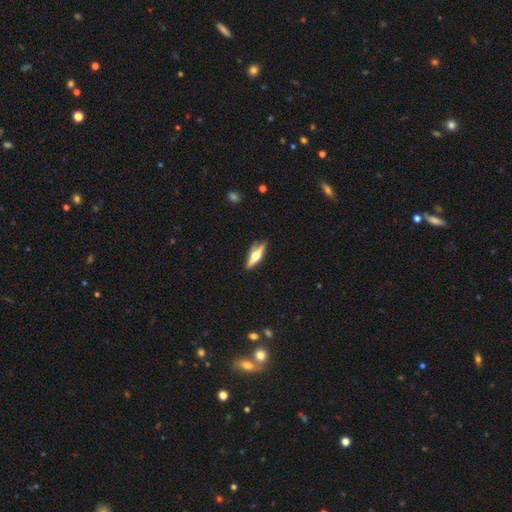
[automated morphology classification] A featured or disk galaxy (65%) viewed edge-on (95%) with a rounded central bulge (94%). Merging: none (81%).